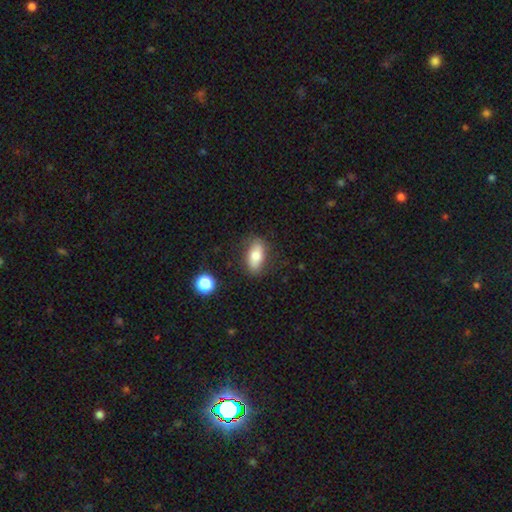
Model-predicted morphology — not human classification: A smooth galaxy with no disk features (73%) that is in between round and cigar-shaped (85%).

Vote fractions:
- Smooth or featured? smooth: 73% / featured or disk: 18% / star or artifact: 8%
- How rounded? in between: 85% / cigar-shaped: 10% / round: 6%
- Merging? none: 81% / minor disturbance: 13% / major disturbance: 4% / merger: 2%